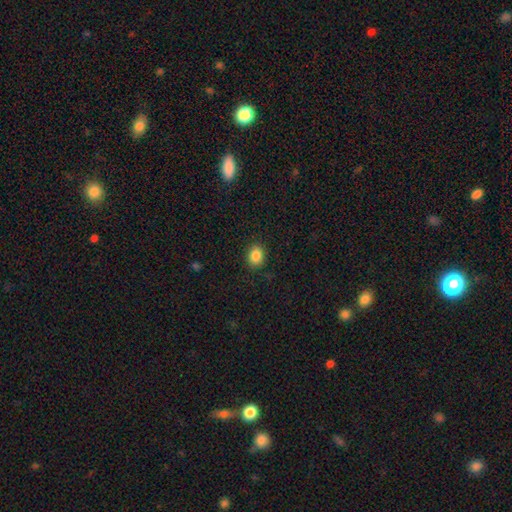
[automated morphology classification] The model was most divided on "how rounded": in between: 50%, round: 49%, cigar-shaped: 1%. More confident: merging — none (89%); smooth or featured — smooth (86%).